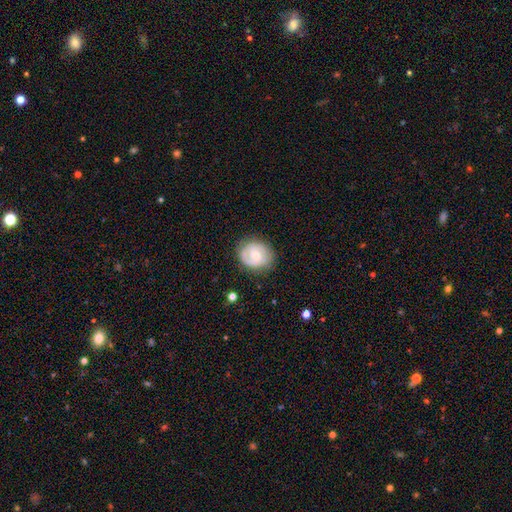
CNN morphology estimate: smooth_or_featured: featured or disk (p=0.58) [alt: smooth p=0.36]
disk_edge_on: no (p=0.97) [alt: yes p=0.03]
bar: no (p=0.63) [alt: weak p=0.30]
has_spiral_arms: yes (p=0.73) [alt: no p=0.27]
bulge_size: small (p=0.48) [tied with: moderate p=0.48]
merging: none (p=0.76) [alt: minor disturbance p=0.17]